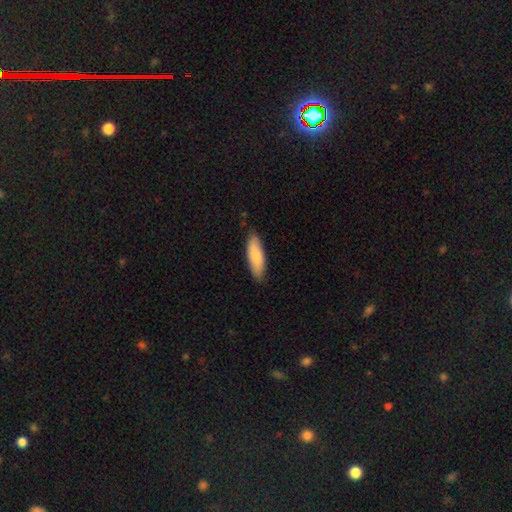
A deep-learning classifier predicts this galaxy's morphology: The model was most divided on "how rounded": in between: 55%, cigar-shaped: 43%, round: 2%. More confident: merging — none (85%); smooth or featured — smooth (80%).